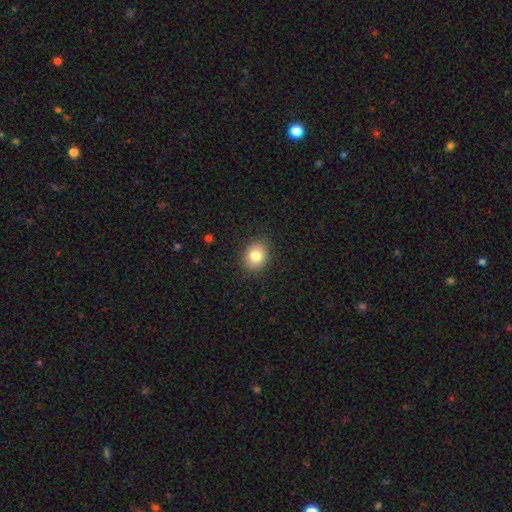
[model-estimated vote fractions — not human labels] smooth 82%, star or artifact 9%, featured or disk 9%. Down the decision tree: how rounded — in between (52%); merging — none (87%).